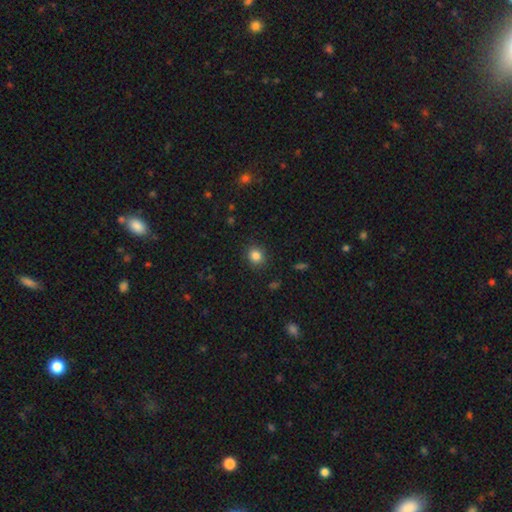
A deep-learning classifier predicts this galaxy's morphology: Smooth or featured: smooth — 84% (star or artifact — 11%)
How rounded: round — 80% (in between — 19%)
Merging: none — 88% (minor disturbance — 8%)